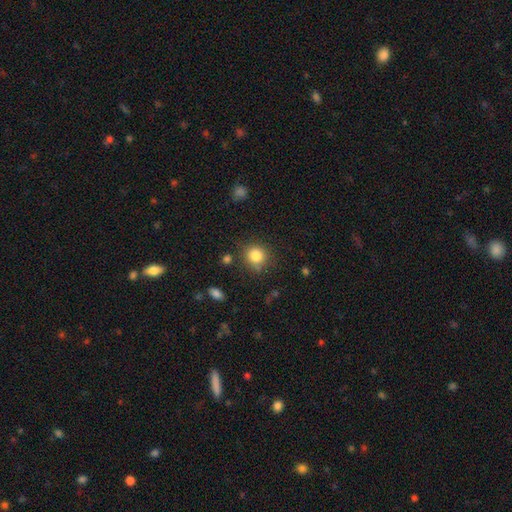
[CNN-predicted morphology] This is clearly a smooth galaxy (83%). How rounded: clearly round (87%). Merging: clearly none (80%).